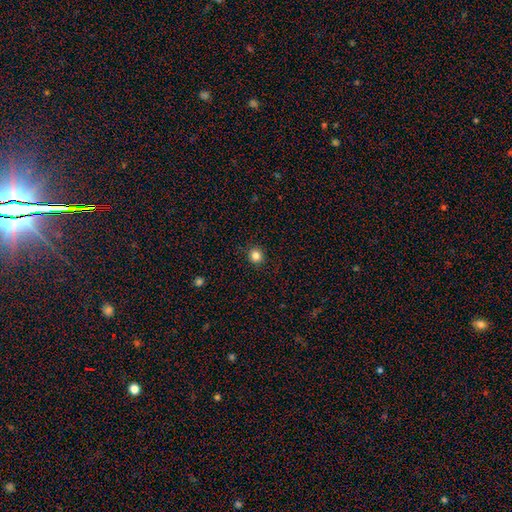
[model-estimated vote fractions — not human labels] smooth_or_featured: smooth (p=0.83) [alt: star or artifact p=0.12]
how_rounded: round (p=0.89) [alt: in between p=0.10]
merging: none (p=0.92) [alt: minor disturbance p=0.06]